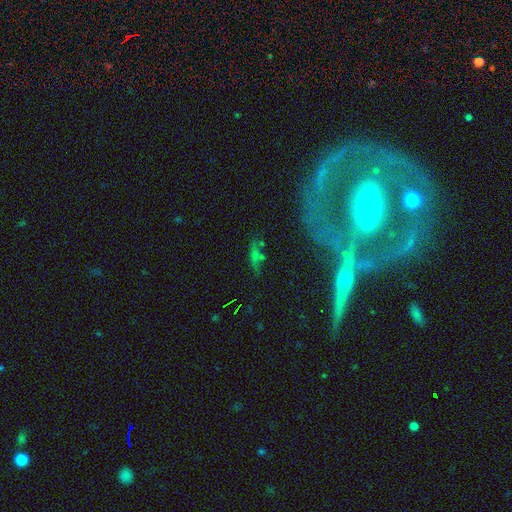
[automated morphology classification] A smooth galaxy with no disk features (46%).

Vote fractions:
- Smooth or featured? smooth: 46% / star or artifact: 33% / featured or disk: 21%
- Merging? none: 59% / minor disturbance: 19% / major disturbance: 11% / merger: 11%